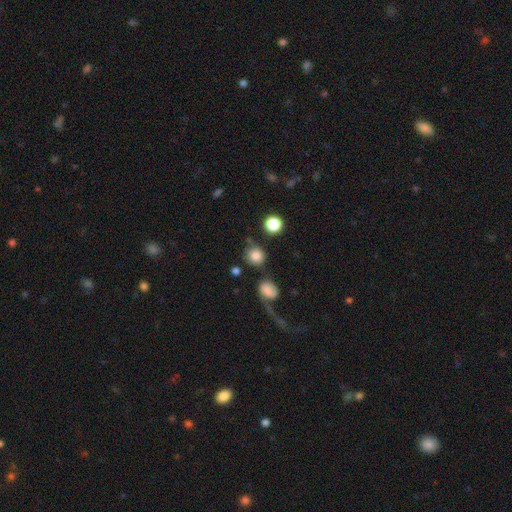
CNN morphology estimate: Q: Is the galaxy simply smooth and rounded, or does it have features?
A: smooth — 83%.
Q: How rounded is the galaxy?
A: round — 88%.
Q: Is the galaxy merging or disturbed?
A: none — 75%.